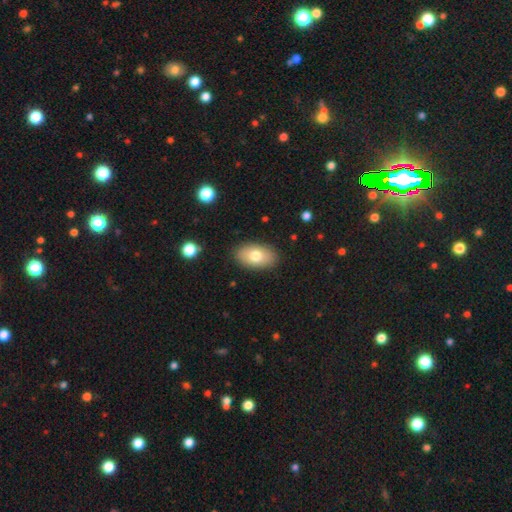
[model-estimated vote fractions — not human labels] This is likely a smooth galaxy (75%). How rounded: clearly in between (92%). Merging: clearly none (87%).